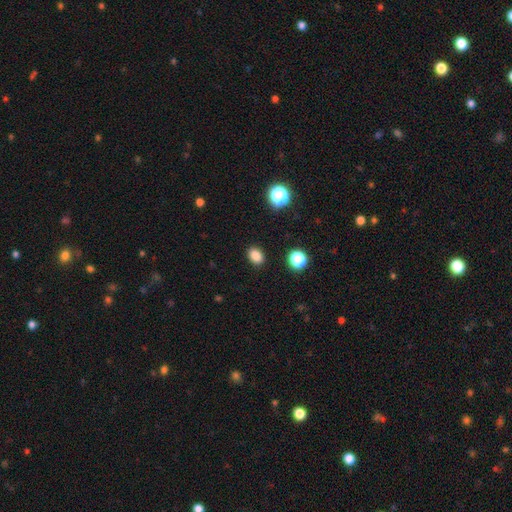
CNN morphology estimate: Smooth or featured? Predicted: smooth (p=0.85). How rounded? Predicted: in between (p=0.66). Merging? Predicted: none (p=0.89).